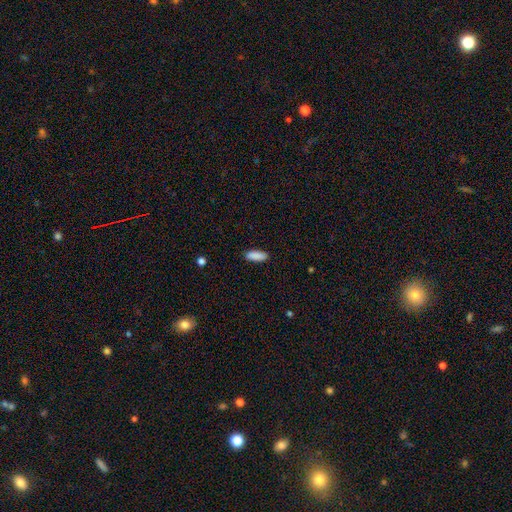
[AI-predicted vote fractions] The model was most divided on "how rounded": in between: 64%, cigar-shaped: 34%, round: 2%. More confident: smooth or featured — smooth (90%); merging — none (89%).